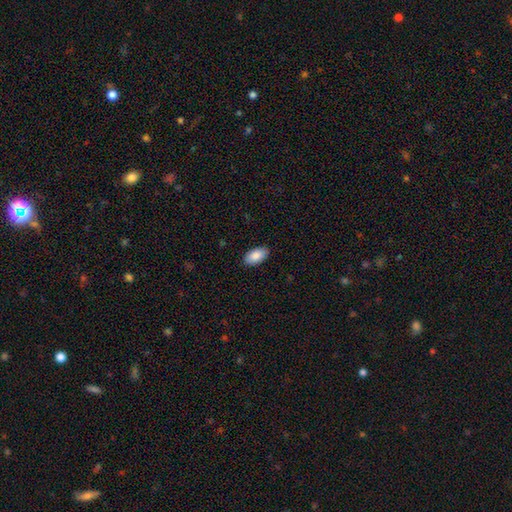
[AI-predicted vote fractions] smooth-or-featured: smooth: 88% | star or artifact: 6% | featured or disk: 6%
  how-rounded: in between: 95% | cigar-shaped: 2% | round: 2%
  merging: none: 89% | minor disturbance: 8% | major disturbance: 2% | merger: 1%